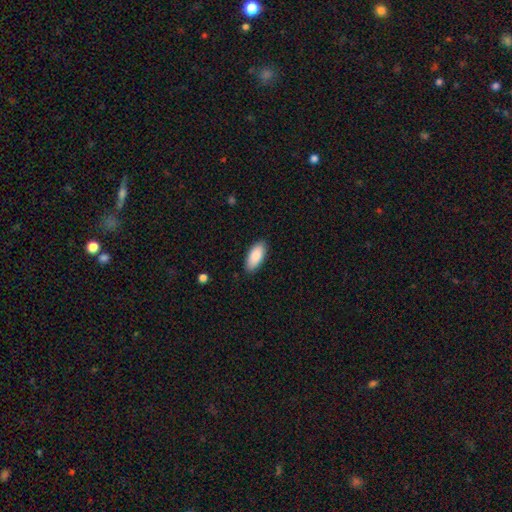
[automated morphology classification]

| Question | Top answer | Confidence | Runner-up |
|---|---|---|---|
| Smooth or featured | smooth | 88% | featured or disk (6%) |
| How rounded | in between | 89% | cigar-shaped (9%) |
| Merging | none | 87% | minor disturbance (10%) |